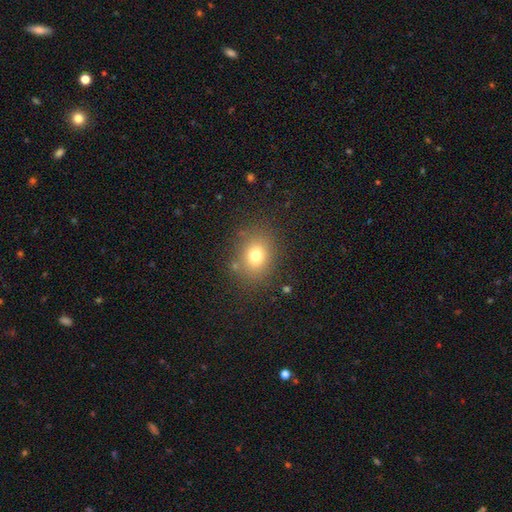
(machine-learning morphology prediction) Smooth or featured?
  - smooth: 74% *
  - star or artifact: 15%
  - featured or disk: 11%
How rounded?
  - round: 58% *
  - in between: 41%
  - cigar-shaped: 1%
Merging?
  - none: 83% *
  - minor disturbance: 10%
  - major disturbance: 5%
  - merger: 2%